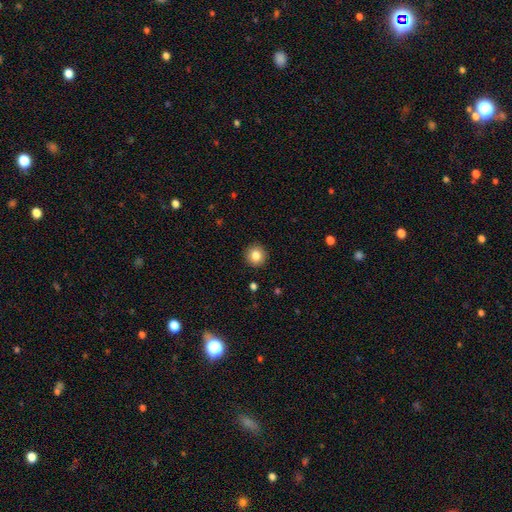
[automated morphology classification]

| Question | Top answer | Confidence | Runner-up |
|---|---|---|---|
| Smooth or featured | smooth | 84% | star or artifact (9%) |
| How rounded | round | 94% | in between (5%) |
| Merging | none | 92% | minor disturbance (5%) |